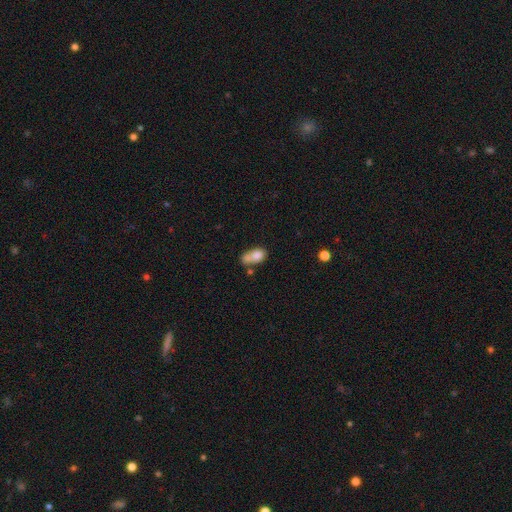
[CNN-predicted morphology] The model was most divided on "merging": merger: 55%, none: 25%, minor disturbance: 13%, major disturbance: 8%. More confident: smooth or featured — smooth (75%); how rounded — in between (72%).